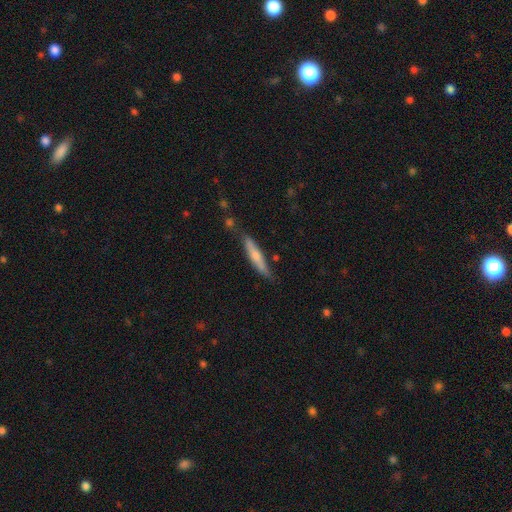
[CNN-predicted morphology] Smooth or featured? Predicted: smooth (p=0.54). How rounded? Predicted: cigar-shaped (p=0.89). Merging? Predicted: none (p=0.74).